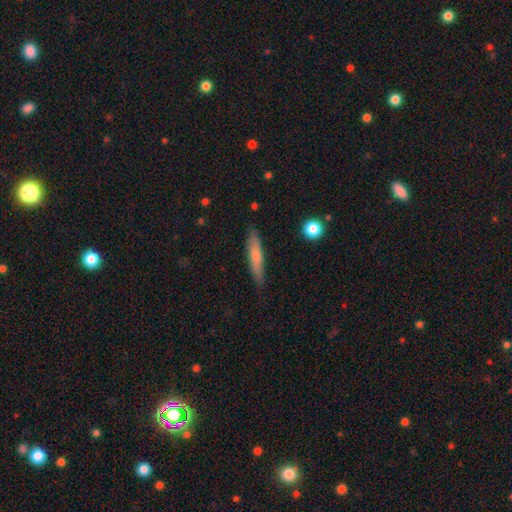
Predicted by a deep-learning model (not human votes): This is likely a smooth galaxy (68%). How rounded: clearly cigar-shaped (85%). Merging: clearly none (82%).